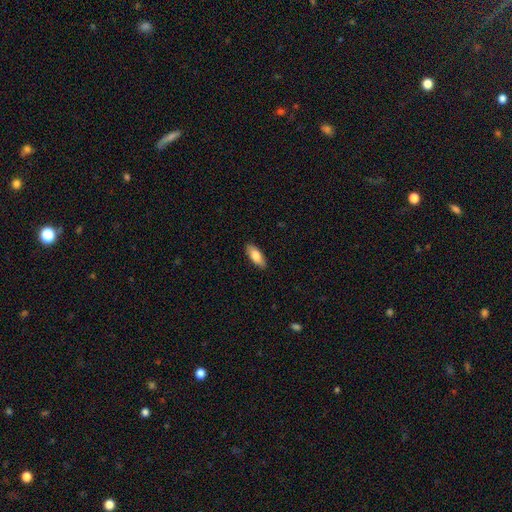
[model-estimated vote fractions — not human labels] A smooth galaxy with no disk features (82%) that is in between round and cigar-shaped (80%).

Vote fractions:
- Smooth or featured? smooth: 82% / featured or disk: 13% / star or artifact: 6%
- How rounded? in between: 80% / cigar-shaped: 18% / round: 2%
- Merging? none: 89% / minor disturbance: 9% / major disturbance: 2% / merger: 1%